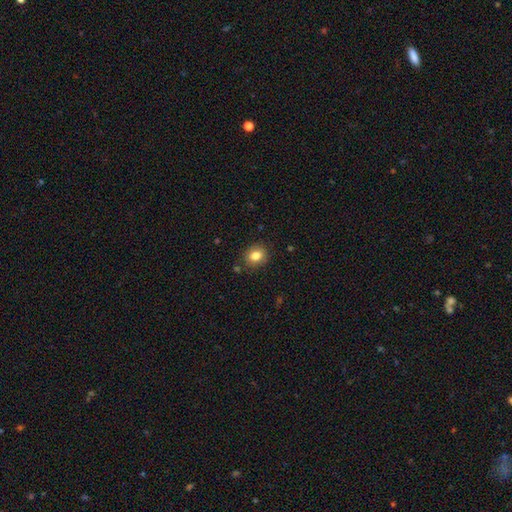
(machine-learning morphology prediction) Smooth or featured? smooth (82%)
How rounded? round (54%)
Merging? none (86%)